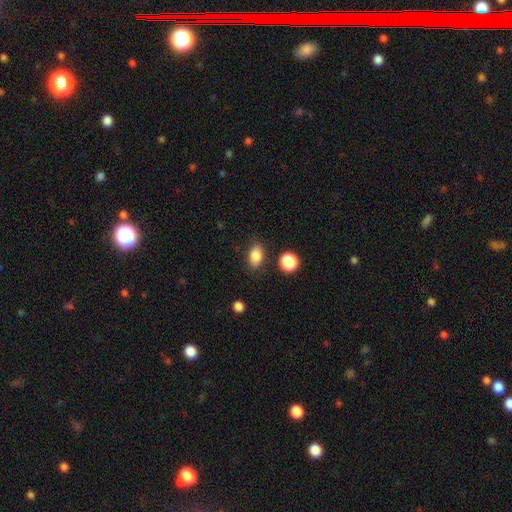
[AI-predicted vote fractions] Smooth or featured?
  - smooth: 85% *
  - star or artifact: 9%
  - featured or disk: 6%
How rounded?
  - in between: 81% *
  - round: 17%
  - cigar-shaped: 2%
Merging?
  - none: 81% *
  - minor disturbance: 12%
  - major disturbance: 3%
  - merger: 3%